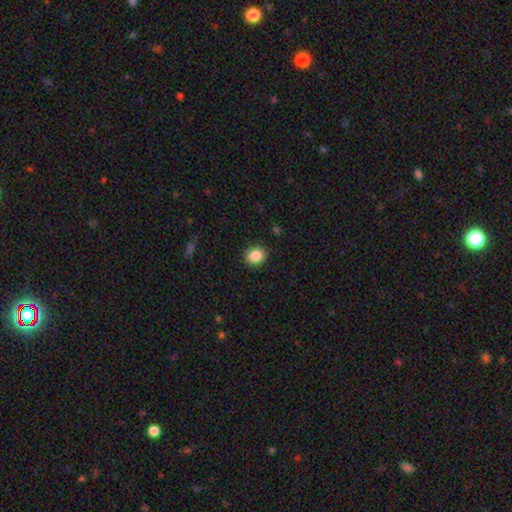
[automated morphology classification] The model was most divided on "how rounded": round: 67%, in between: 32%, cigar-shaped: 1%. More confident: merging — none (90%); smooth or featured — smooth (87%).